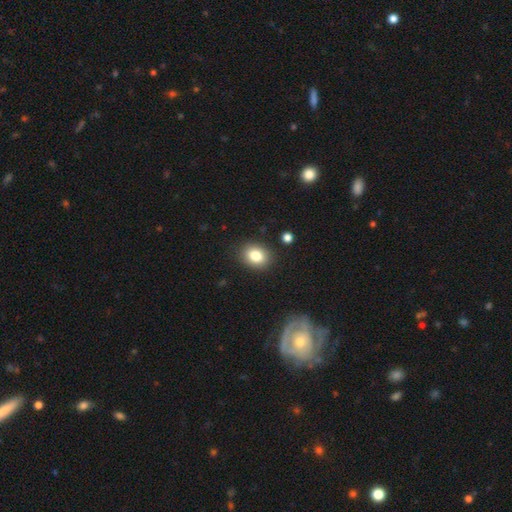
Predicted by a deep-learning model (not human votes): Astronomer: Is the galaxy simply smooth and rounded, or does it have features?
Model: smooth — 82%.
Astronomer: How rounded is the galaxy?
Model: in between — 55% (runner-up: round, 44%).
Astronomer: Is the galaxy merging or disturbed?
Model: none — 87%.